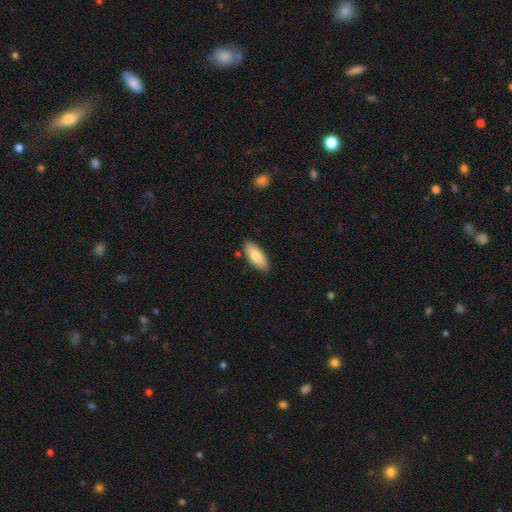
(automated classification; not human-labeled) This appears to be a smooth galaxy with no disk features (79%) that is in between round and cigar-shaped (80%). Merging: none (84%).